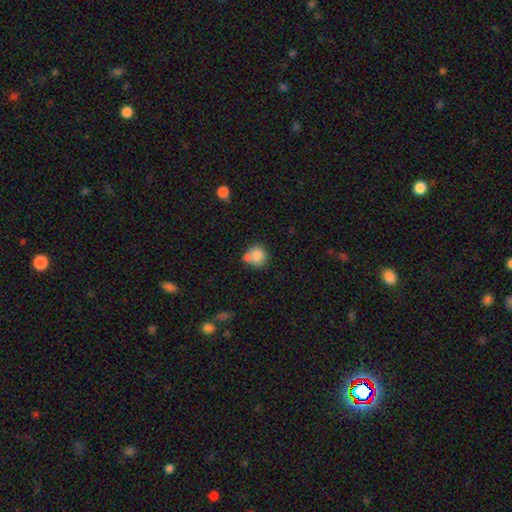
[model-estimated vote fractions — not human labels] This is clearly a smooth galaxy (82%). How rounded: clearly round (84%). Merging: possibly none (53%).